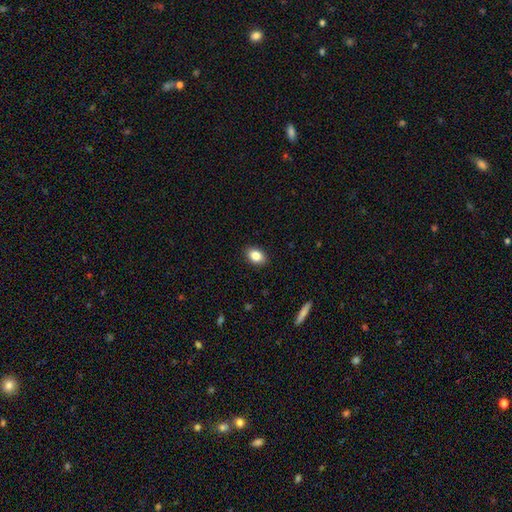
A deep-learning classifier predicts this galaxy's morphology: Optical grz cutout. It shows a smooth galaxy with no disk features (85%) that is in between round and cigar-shaped (81%). Merging: none (90%).